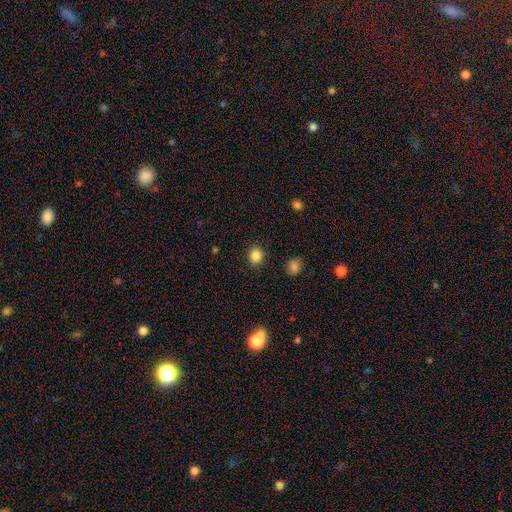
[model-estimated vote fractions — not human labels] This is clearly a smooth galaxy (85%). How rounded: likely round (72%). Merging: clearly none (90%).